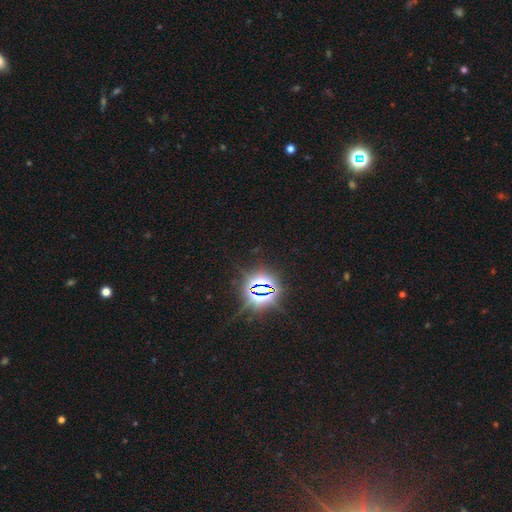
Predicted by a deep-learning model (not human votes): This appears to be a star or artifact, not a galaxy (83%).